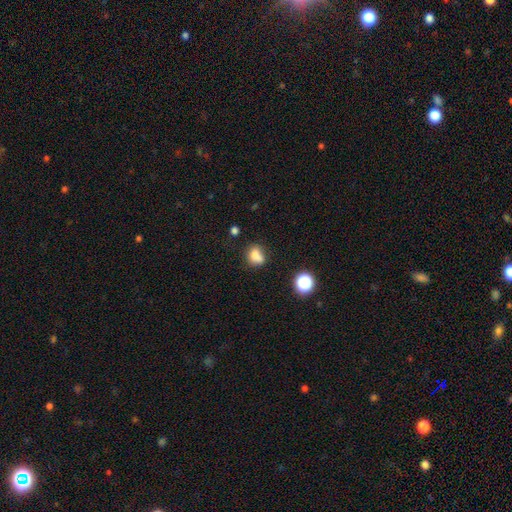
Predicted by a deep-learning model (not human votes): Q: Smooth or featured?
A: smooth (74%); runner-up: featured or disk (13%)
Q: How rounded?
A: round (54%); runner-up: in between (45%)
Q: Merging?
A: none (39%); runner-up: merger (35%)